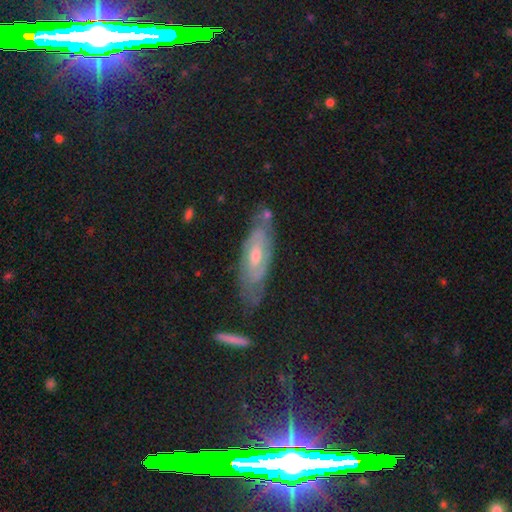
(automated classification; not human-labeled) smooth-or-featured: featured or disk: 66% | smooth: 20% | star or artifact: 14%
  disk-edge-on: no: 72% | yes: 28%
  merging: none: 70% | minor disturbance: 21% | major disturbance: 6% | merger: 4%